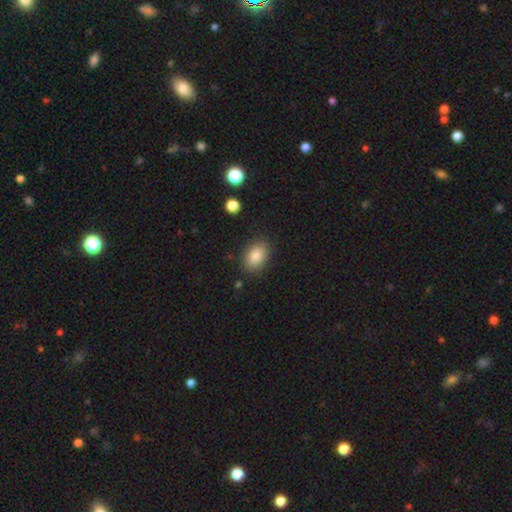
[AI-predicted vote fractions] smooth_or_featured: smooth (p=0.86) [alt: star or artifact p=0.08]
how_rounded: in between (p=0.84) [alt: round p=0.15]
merging: none (p=0.86) [alt: minor disturbance p=0.10]